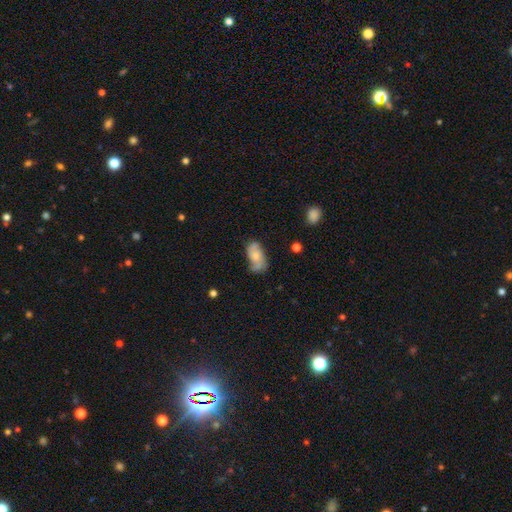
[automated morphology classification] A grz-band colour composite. It shows a featured or disk galaxy (47%). Merging: none (48%).